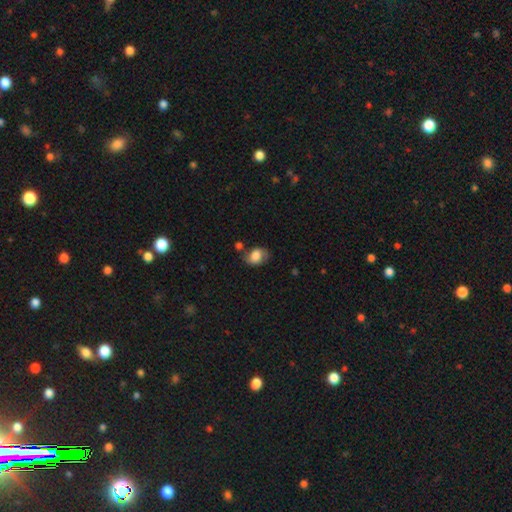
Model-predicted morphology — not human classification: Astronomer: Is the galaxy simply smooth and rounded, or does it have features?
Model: smooth — 71%.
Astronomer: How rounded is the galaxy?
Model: in between — 73%.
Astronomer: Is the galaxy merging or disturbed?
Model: none — 56%.